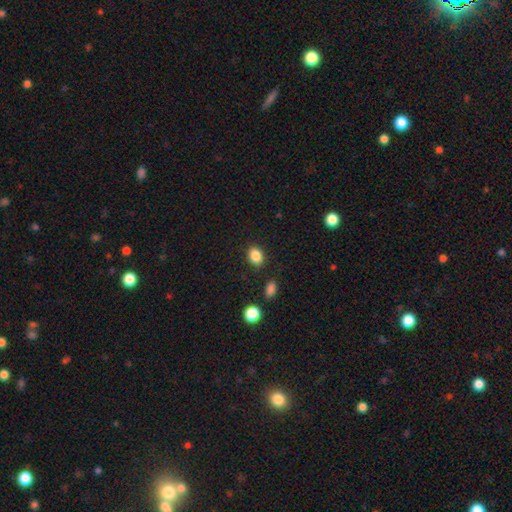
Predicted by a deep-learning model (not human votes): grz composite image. It shows a smooth galaxy with no disk features (86%) that is in between round and cigar-shaped (59%). Merging: none (86%).